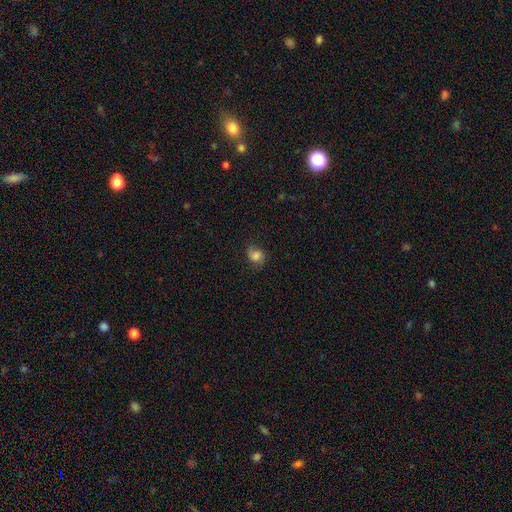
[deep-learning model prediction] Morphology: type=smooth (76%); roundness=round (63%); merging=none (68%).